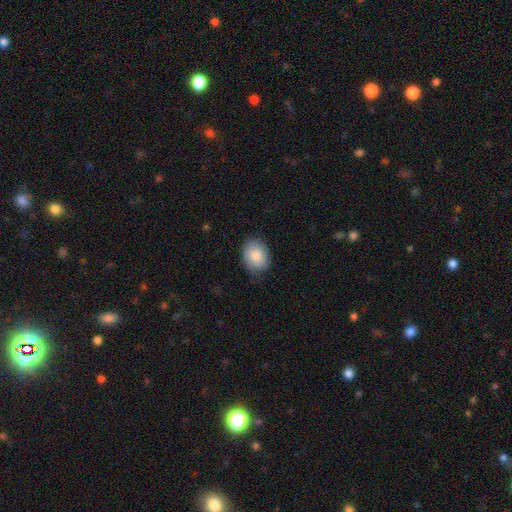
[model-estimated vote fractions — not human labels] Q: Smooth or featured?
A: smooth (84%); runner-up: featured or disk (10%)
Q: How rounded?
A: in between (63%); runner-up: round (37%)
Q: Merging?
A: none (75%); runner-up: minor disturbance (21%)